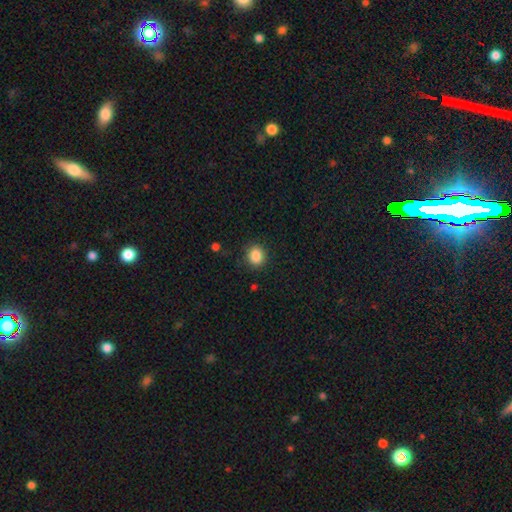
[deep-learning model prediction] smooth_or_featured: smooth (p=0.86) [alt: star or artifact p=0.10]
how_rounded: round (p=0.75) [alt: in between p=0.24]
merging: none (p=0.88) [alt: minor disturbance p=0.08]